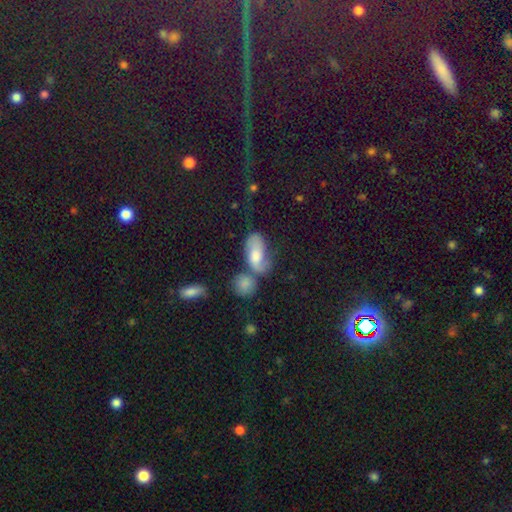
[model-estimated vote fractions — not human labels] A smooth galaxy with no disk features (52%) that is in between round and cigar-shaped (88%). Merging: merger (31%).